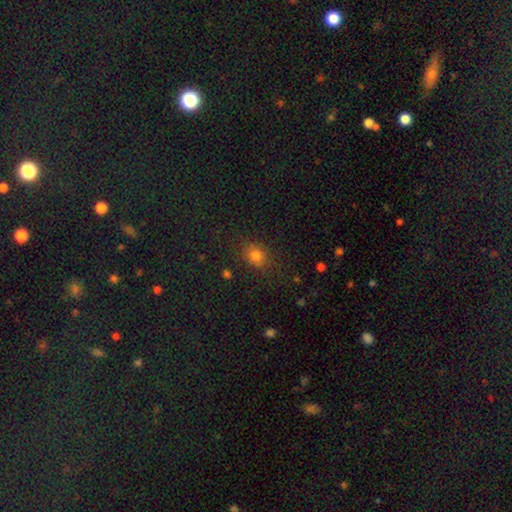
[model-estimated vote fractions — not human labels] Overall: smooth (80%). How rounded: round (50%; in between 49%). Merging: none (82%).